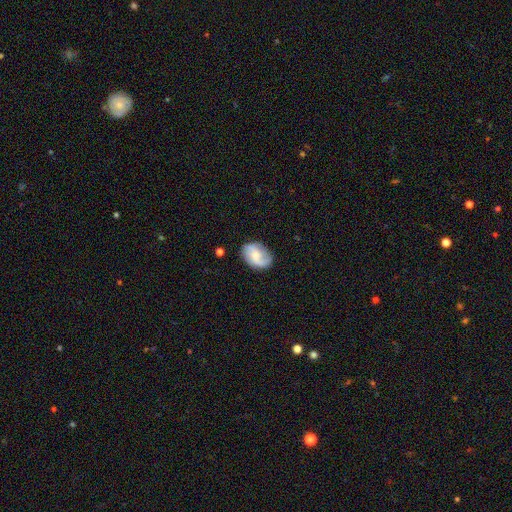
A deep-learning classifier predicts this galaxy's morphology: A featured or disk galaxy (66%) with no bar (51%), 2 (70%) loose (49%) spiral arms (93%) and a small central bulge (42%).

Vote fractions:
- Smooth or featured? featured or disk: 66% / smooth: 26% / star or artifact: 7%
- Edge-on disk? no: 97% / yes: 3%
- Bar? no: 51% / weak: 40% / strong: 8%
- Spiral arms? yes: 93% / no: 7%
- Spiral winding? loose: 49% / medium: 37% / tight: 14%
- Spiral arm count? 2: 70% / 3: 12% / can't tell: 10% / 1: 4% / 4: 2% / more than 4: 2%
- Bulge size? small: 42% / moderate: 37% / none: 13% / large: 6% / dominant: 2%
- Merging? none: 77% / minor disturbance: 16% / major disturbance: 5% / merger: 2%